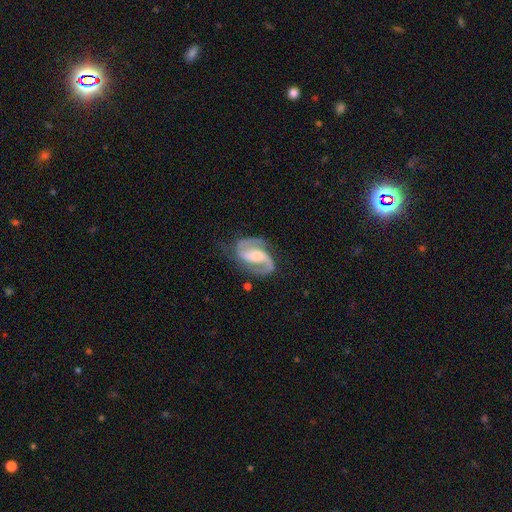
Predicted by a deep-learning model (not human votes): smooth-or-featured: featured or disk: 91% | smooth: 5% | star or artifact: 4%
  disk-edge-on: no: 98% | yes: 2%
    bar: weak: 41% | strong: 31% | no: 29%
    has-spiral-arms: yes: 98% | no: 2%
      spiral-winding: medium: 59% | loose: 21% | tight: 20%
      spiral-arm-count: 2: 94% | can't tell: 2% | 1: 2% | 3: 1% | 4: 1% | more than 4: 1%
    bulge-size: moderate: 34% | large: 22% | none: 21% | small: 20% | dominant: 3%
  merging: none: 73% | minor disturbance: 17% | major disturbance: 8% | merger: 2%